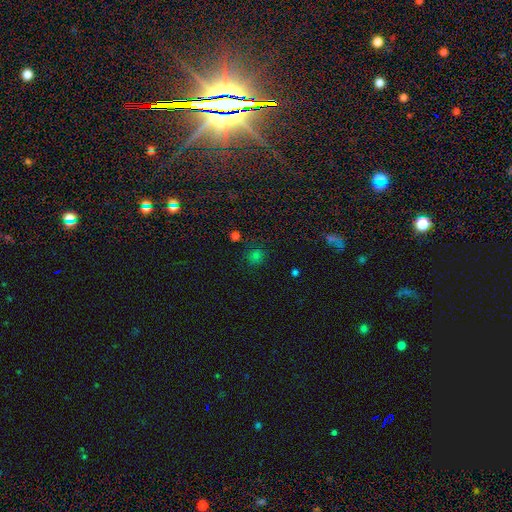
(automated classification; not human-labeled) A smooth galaxy with no disk features (56%) that is round (86%). Merging: none (81%).